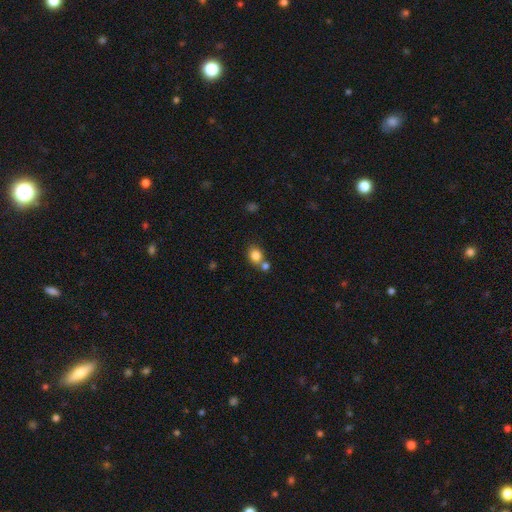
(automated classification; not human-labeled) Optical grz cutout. It shows a smooth galaxy with no disk features (83%) that is round (65%). Merging: none (57%).